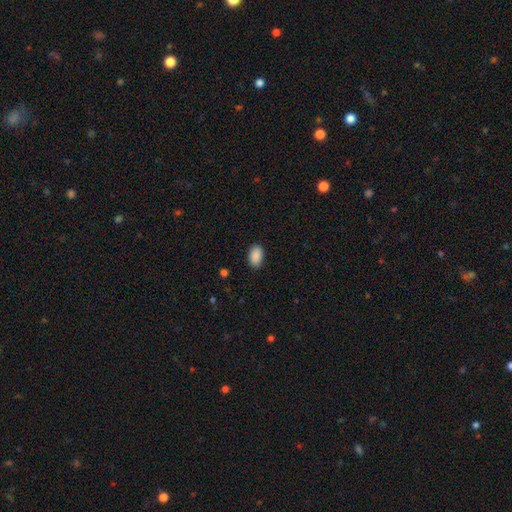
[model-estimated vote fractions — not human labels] Overall: smooth (90%). How rounded: in between (91%). Merging: none (87%).